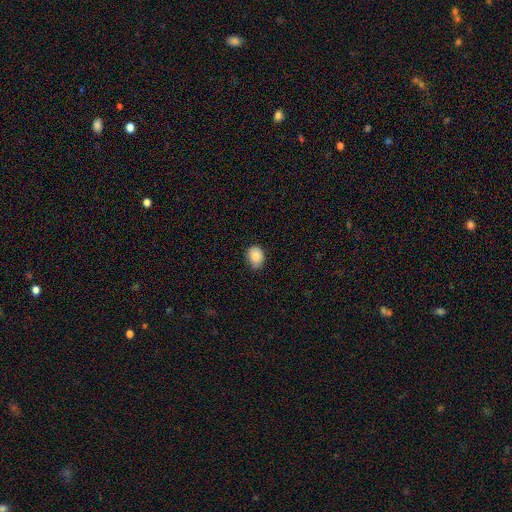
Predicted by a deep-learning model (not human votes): Smooth or featured: smooth — 84% (star or artifact — 8%)
How rounded: in between — 51% (round — 48%)
Merging: none — 68% (minor disturbance — 27%)